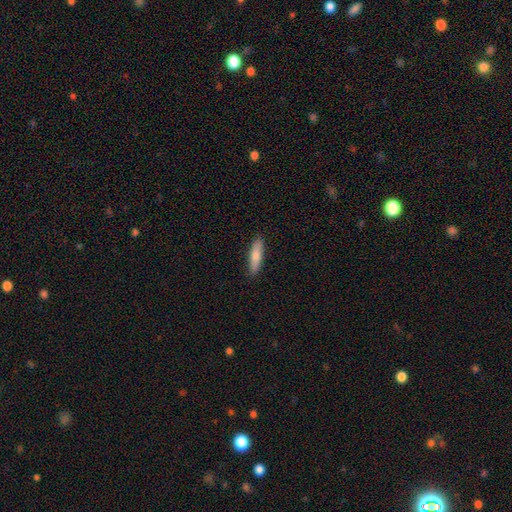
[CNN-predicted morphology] This appears to be a smooth galaxy with no disk features (77%) that is cigar-shaped (73%). Merging: none (89%).